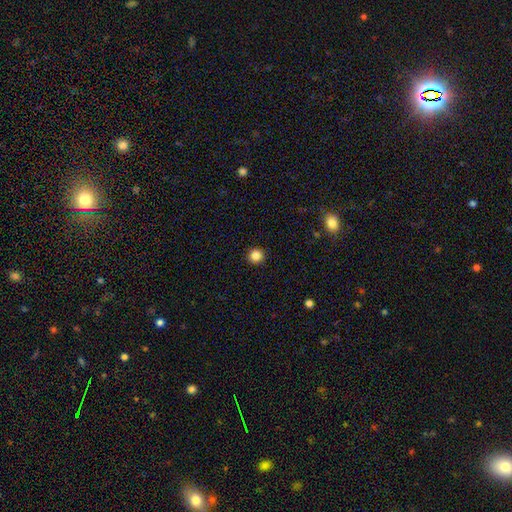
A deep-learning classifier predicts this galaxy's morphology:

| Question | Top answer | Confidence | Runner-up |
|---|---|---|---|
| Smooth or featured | smooth | 84% | star or artifact (12%) |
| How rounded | round | 95% | in between (4%) |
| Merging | none | 93% | minor disturbance (4%) |